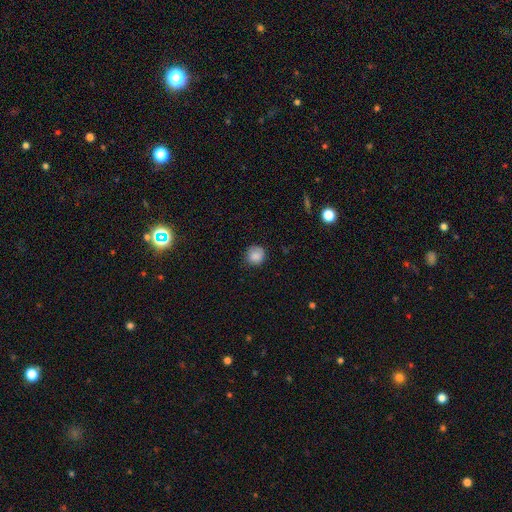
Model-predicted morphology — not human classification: smooth-or-featured: smooth: 85% | star or artifact: 9% | featured or disk: 5%
  how-rounded: round: 88% | in between: 11% | cigar-shaped: 1%
  merging: none: 77% | minor disturbance: 18% | major disturbance: 4% | merger: 1%